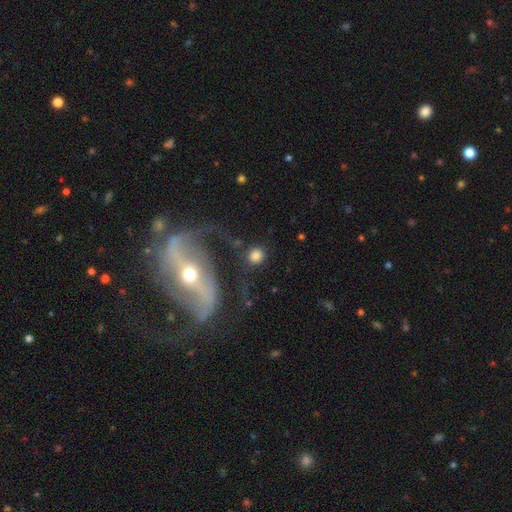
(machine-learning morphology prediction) The model was most divided on "merging": none: 71%, minor disturbance: 11%, major disturbance: 10%, merger: 9%. More confident: how rounded — round (89%); smooth or featured — smooth (77%).